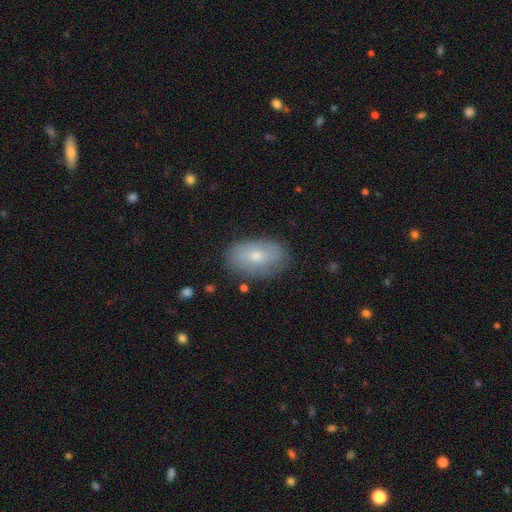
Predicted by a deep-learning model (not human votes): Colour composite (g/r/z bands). It shows a smooth galaxy with no disk features (58%) that is in between round and cigar-shaped (91%). Merging: none (78%).